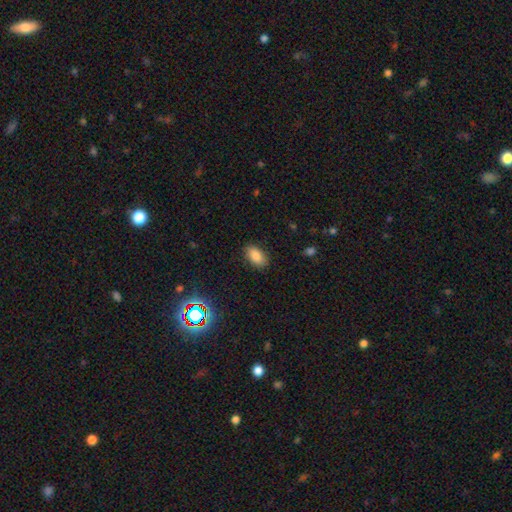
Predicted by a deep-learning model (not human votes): Smooth or featured? Predicted: smooth (p=0.84). How rounded? Predicted: in between (p=0.92). Merging? Predicted: none (p=0.86).